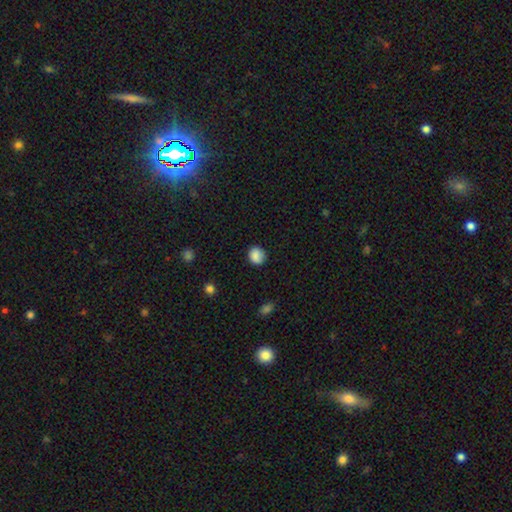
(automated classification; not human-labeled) Morphology: type=smooth (86%); roundness=round (76%); merging=none (80%).